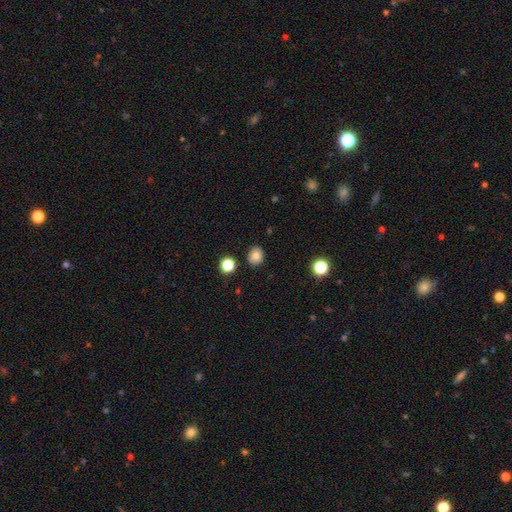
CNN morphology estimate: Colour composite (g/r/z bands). It shows a smooth galaxy with no disk features (75%) that is round (70%). Merging: none (87%).